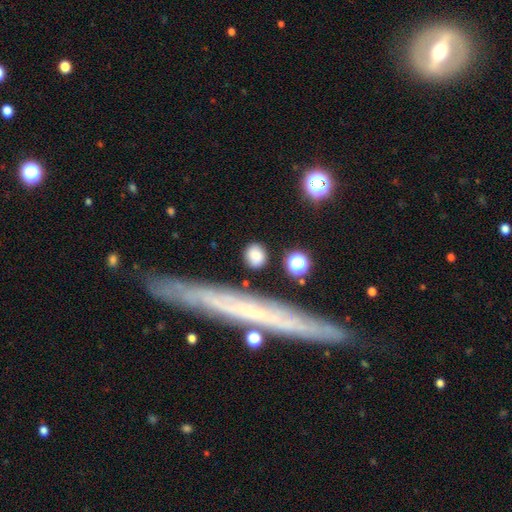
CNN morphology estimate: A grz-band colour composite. It shows a smooth galaxy with no disk features (80%) that is round (49%). Merging: none (78%).